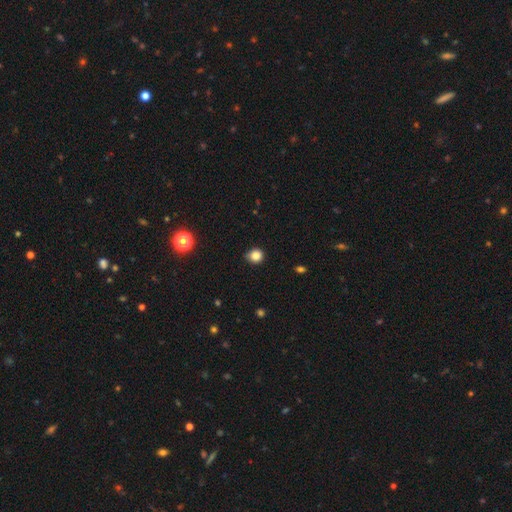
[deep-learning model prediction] Morphology: type=smooth (84%); roundness=round (86%); merging=none (79%).